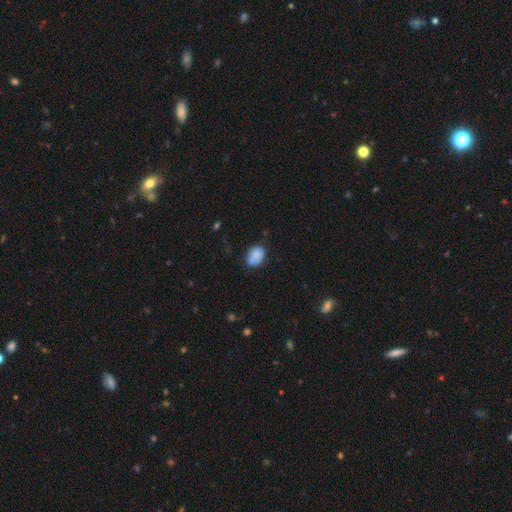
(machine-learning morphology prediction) smooth_or_featured: smooth (p=0.83) [alt: featured or disk p=0.09]
how_rounded: in between (p=0.70) [alt: round p=0.29]
merging: none (p=0.58) [alt: minor disturbance p=0.29]